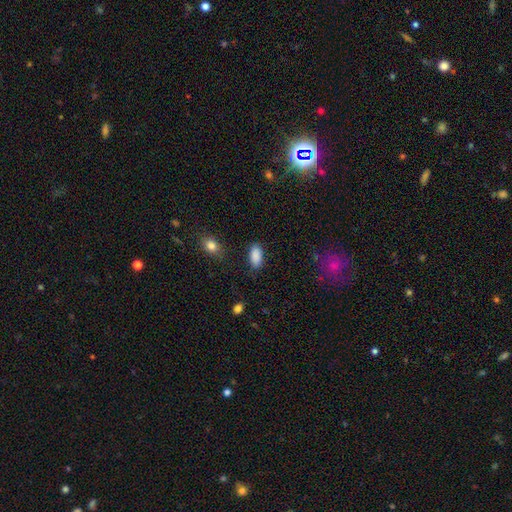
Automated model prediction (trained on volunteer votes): Smooth or featured? Predicted: smooth (p=0.89). How rounded? Predicted: in between (p=0.93). Merging? Predicted: none (p=0.85).